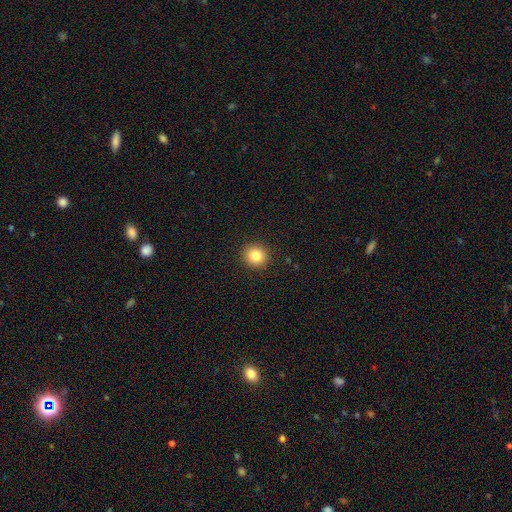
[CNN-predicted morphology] Smooth or featured? smooth (84%)
How rounded? round (89%)
Merging? none (92%)